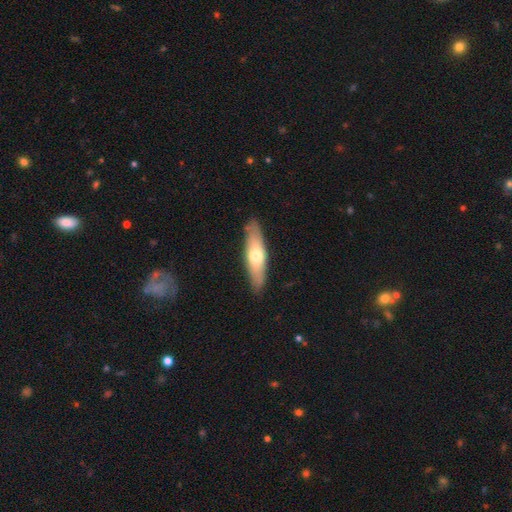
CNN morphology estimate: A smooth galaxy with no disk features (55%) that is cigar-shaped (66%). Merging: none (86%).